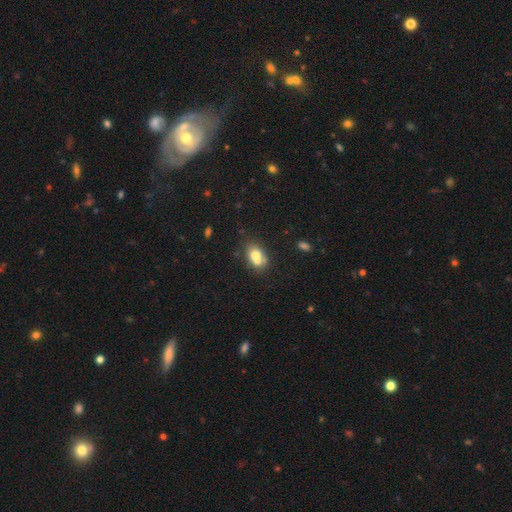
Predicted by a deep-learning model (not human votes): smooth 69%, featured or disk 21%, star or artifact 10%. Down the decision tree: how rounded — in between (71%); merging — merger (42%).